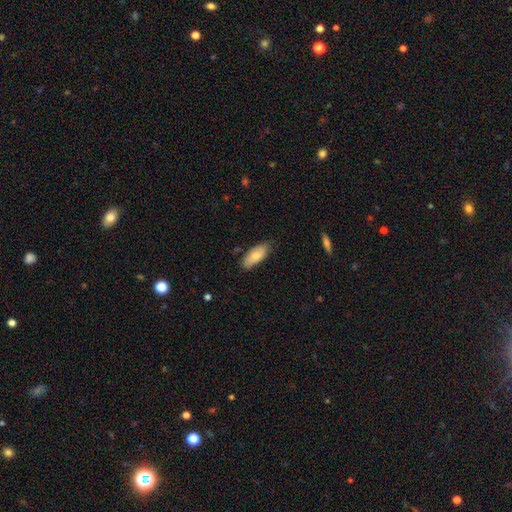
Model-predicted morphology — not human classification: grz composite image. It shows a smooth galaxy with no disk features (78%) that is in between round and cigar-shaped (84%). Merging: none (77%).